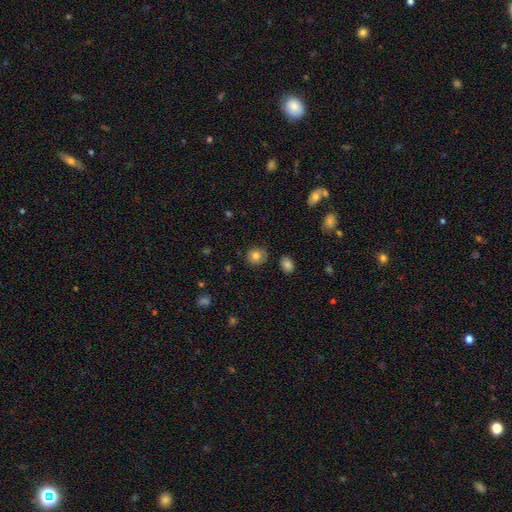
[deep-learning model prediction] Morphology: type=smooth (82%); roundness=round (82%); merging=none (83%).